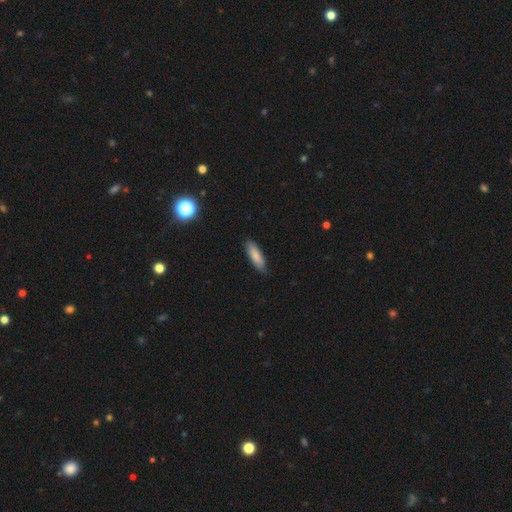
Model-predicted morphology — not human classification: Smooth or featured: smooth — 82% (featured or disk — 13%)
How rounded: cigar-shaped — 51% (in between — 48%)
Merging: none — 77% (minor disturbance — 19%)